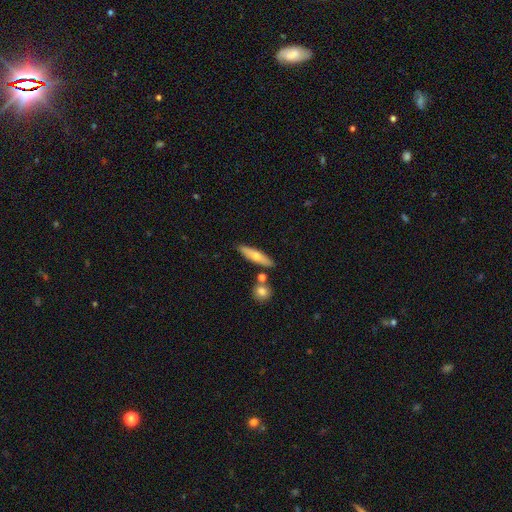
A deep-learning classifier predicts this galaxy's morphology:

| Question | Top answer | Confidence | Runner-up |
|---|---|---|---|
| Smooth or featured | smooth | 57% | featured or disk (36%) |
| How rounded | cigar-shaped | 73% | in between (24%) |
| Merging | none | 81% | minor disturbance (10%) |